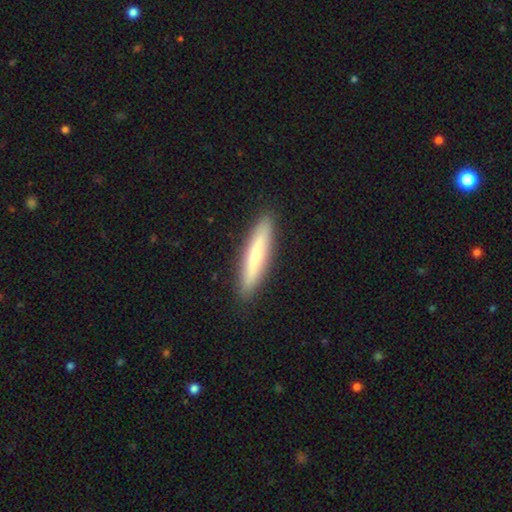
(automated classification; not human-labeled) smooth 61%, featured or disk 34%, star or artifact 6%. Down the decision tree: how rounded — cigar-shaped (88%); merging — none (90%).